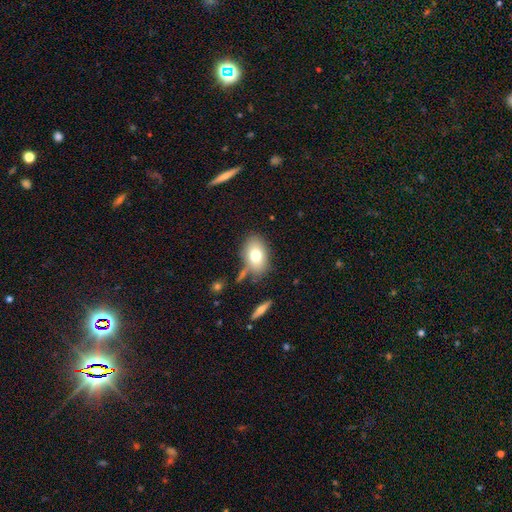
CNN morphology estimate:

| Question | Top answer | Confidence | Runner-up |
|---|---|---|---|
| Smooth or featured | smooth | 74% | featured or disk (17%) |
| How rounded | in between | 85% | round (14%) |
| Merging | none | 72% | minor disturbance (15%) |